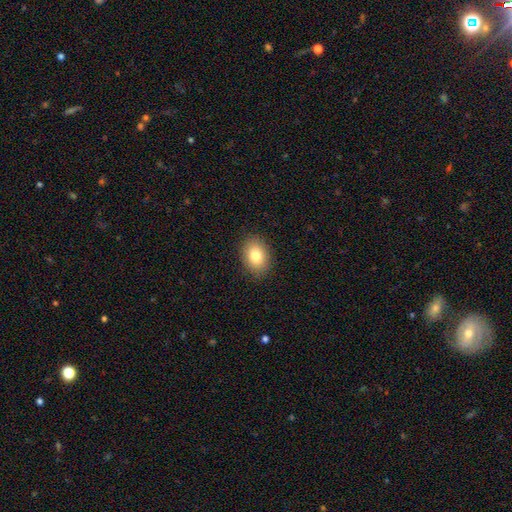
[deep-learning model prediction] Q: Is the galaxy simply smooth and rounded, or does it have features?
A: smooth — 80%.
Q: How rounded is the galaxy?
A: in between — 77%.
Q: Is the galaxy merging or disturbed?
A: none — 88%.